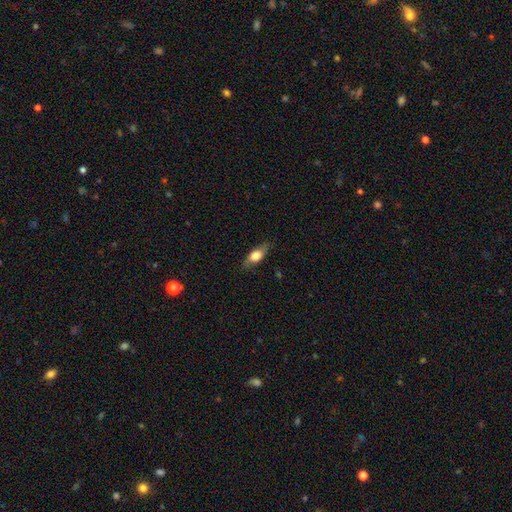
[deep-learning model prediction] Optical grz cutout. It shows a smooth galaxy with no disk features (64%) that is in between round and cigar-shaped (71%). Merging: none (77%).